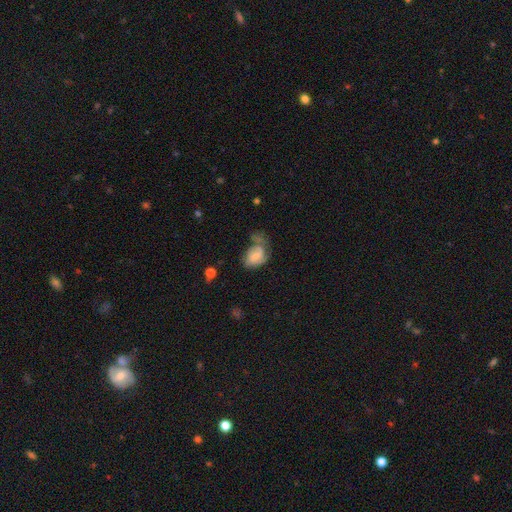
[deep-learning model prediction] This is possibly a featured or disk galaxy (47%). Merging: marginally major disturbance (36%).